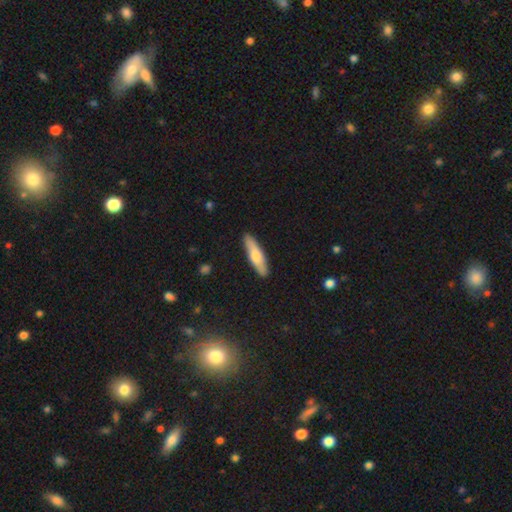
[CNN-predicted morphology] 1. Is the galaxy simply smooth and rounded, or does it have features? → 66% smooth, 29% featured or disk, 5% star or artifact.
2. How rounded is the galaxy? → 74% cigar-shaped, 24% in between, 2% round.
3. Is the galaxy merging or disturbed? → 89% none, 9% minor disturbance, 2% major disturbance, 1% merger.